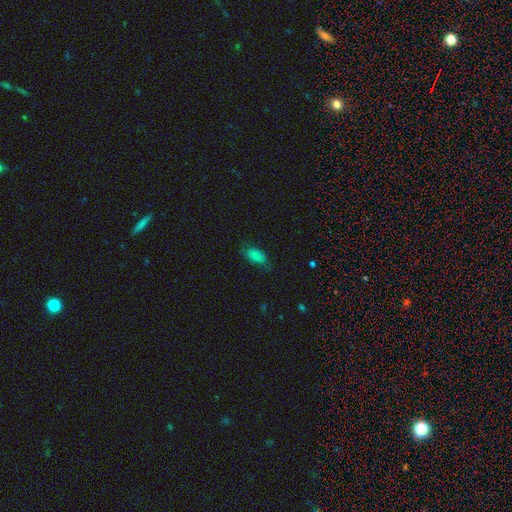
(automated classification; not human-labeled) Morphology: type=smooth (81%); roundness=in between (89%); merging=none (68%).